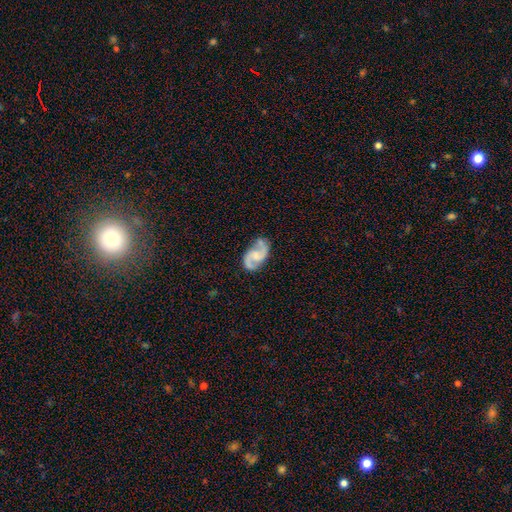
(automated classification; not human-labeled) This appears to be a featured or disk galaxy (87%) with no bar (50%), 2 (93%) medium (55%) spiral arms (97%) and a small central bulge (35%). Merging: none (74%).